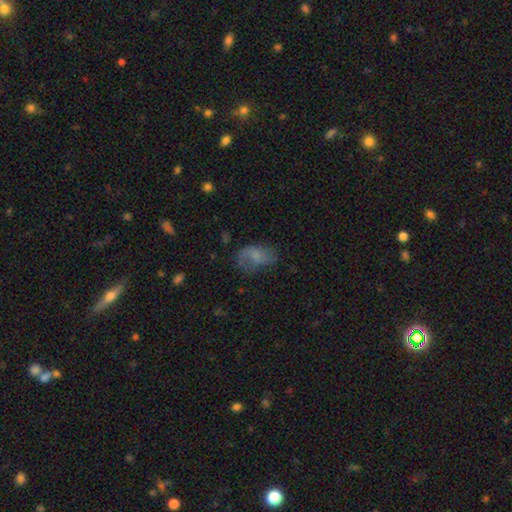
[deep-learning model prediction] A smooth galaxy with no disk features (48%).

Vote fractions:
- Smooth or featured? smooth: 48% / featured or disk: 41% / star or artifact: 11%
- Merging? none: 45% / minor disturbance: 26% / major disturbance: 26% / merger: 3%